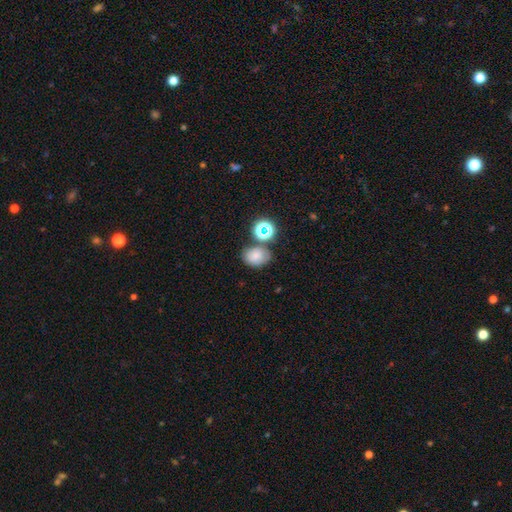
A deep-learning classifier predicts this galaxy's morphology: Smooth or featured: smooth — 72% (star or artifact — 17%)
How rounded: in between — 59% (round — 40%)
Merging: none — 65% (minor disturbance — 16%)